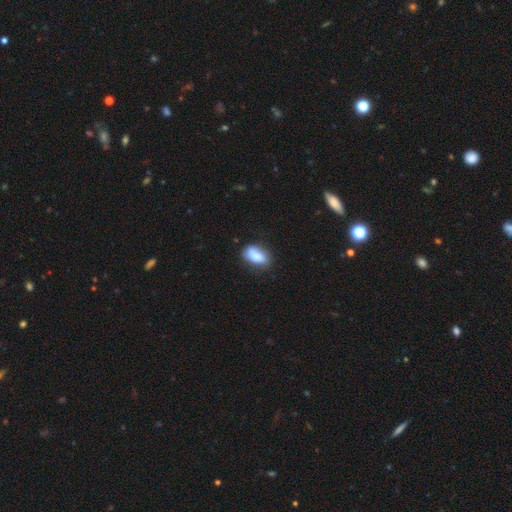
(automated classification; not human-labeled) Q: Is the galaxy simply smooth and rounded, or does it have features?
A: smooth — 81%.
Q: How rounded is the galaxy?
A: in between — 89%.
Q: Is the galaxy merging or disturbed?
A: none — 61%.